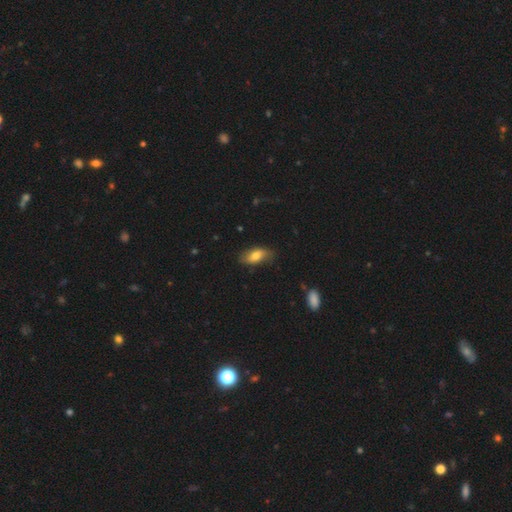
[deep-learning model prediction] Overall: smooth (73%). How rounded: in between (88%). Merging: none (73%).